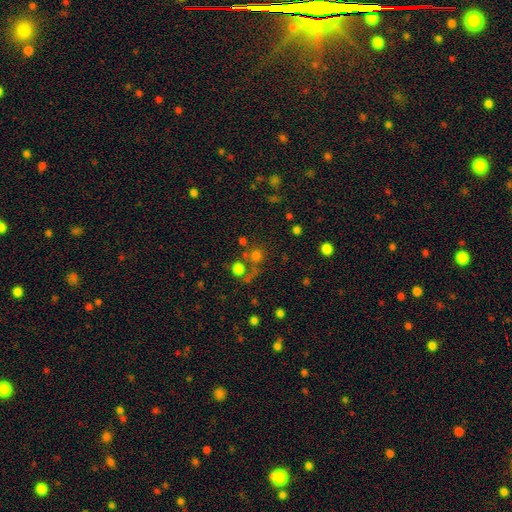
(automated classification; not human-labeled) Smooth or featured?
  - smooth: 53% *
  - star or artifact: 34%
  - featured or disk: 13%
How rounded?
  - round: 88% *
  - in between: 11%
  - cigar-shaped: 1%
Merging?
  - none: 54% *
  - merger: 28%
  - minor disturbance: 9%
  - major disturbance: 8%